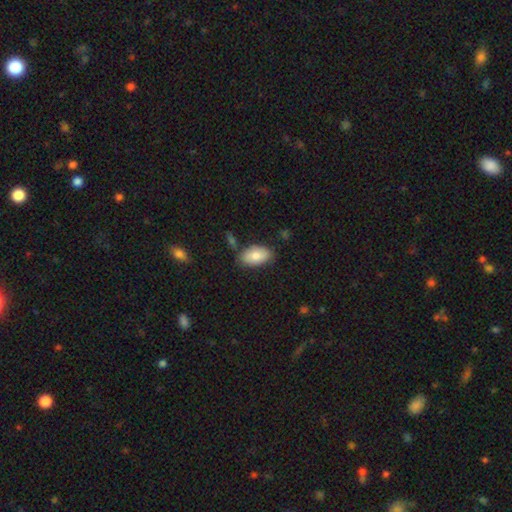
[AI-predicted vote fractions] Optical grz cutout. It shows a smooth galaxy with no disk features (81%) that is in between round and cigar-shaped (94%). Merging: none (78%).